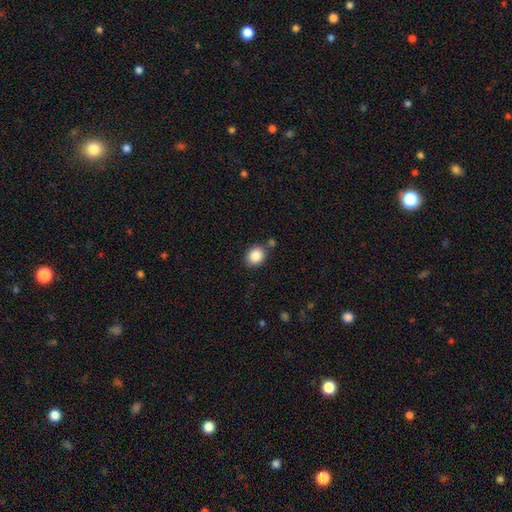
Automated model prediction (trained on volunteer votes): smooth 87%, star or artifact 9%, featured or disk 4%. Down the decision tree: how rounded — round (56%); merging — none (73%).